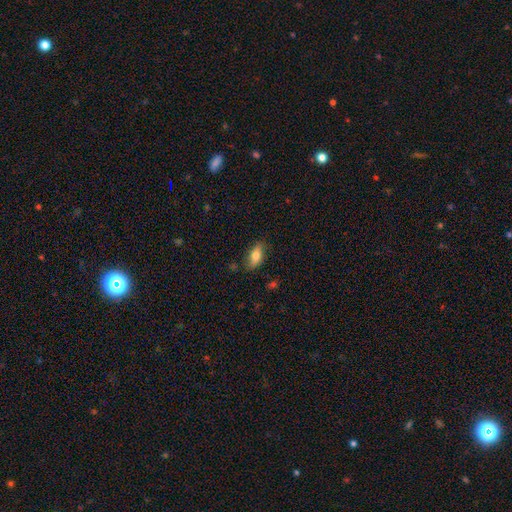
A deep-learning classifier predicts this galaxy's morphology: The model was most divided on "smooth or featured": smooth: 76%, featured or disk: 18%, star or artifact: 7%. More confident: how rounded — in between (84%); merging — none (81%).